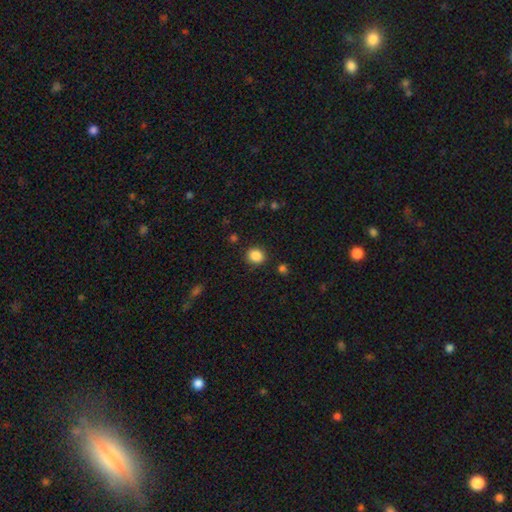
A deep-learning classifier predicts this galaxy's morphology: Smooth or featured?
  - smooth: 87% *
  - star or artifact: 10%
  - featured or disk: 3%
How rounded?
  - round: 65% *
  - in between: 34%
  - cigar-shaped: 1%
Merging?
  - none: 87% *
  - minor disturbance: 8%
  - major disturbance: 3%
  - merger: 2%